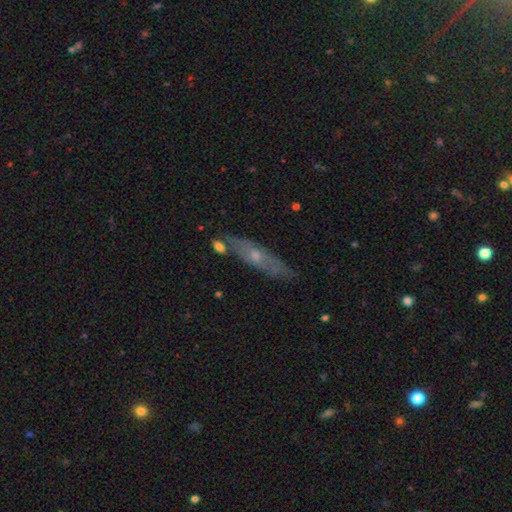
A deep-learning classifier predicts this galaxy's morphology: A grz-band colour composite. It shows a featured or disk galaxy (55%) viewed edge-on (59%). Merging: none (70%).